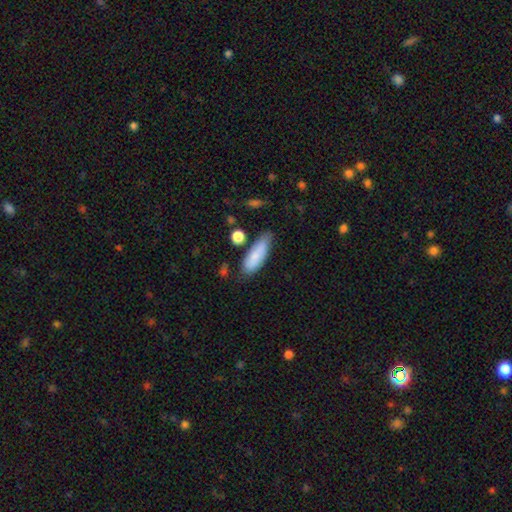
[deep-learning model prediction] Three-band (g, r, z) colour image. It shows a smooth galaxy with no disk features (81%) that is in between round and cigar-shaped (63%). Merging: none (65%).